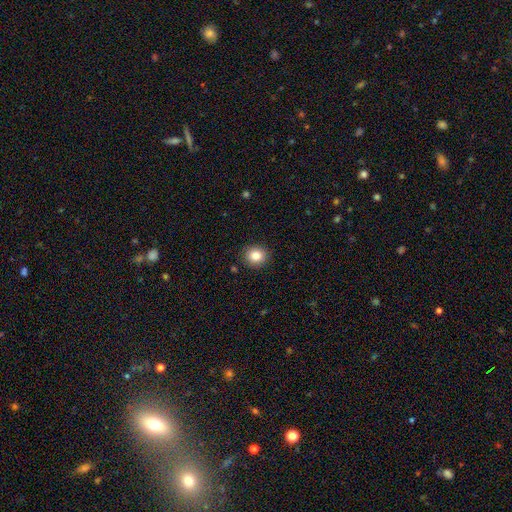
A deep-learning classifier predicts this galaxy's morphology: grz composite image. It shows a smooth galaxy with no disk features (85%) that is round (82%). Merging: none (90%).